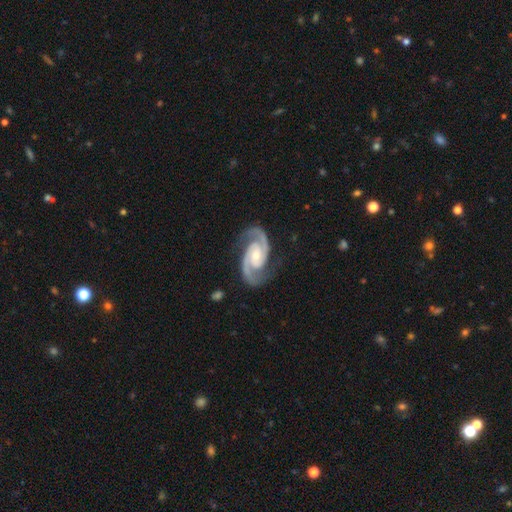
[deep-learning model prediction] The model was most divided on "bulge size" (2-way tie): moderate: 47%, small: 47%, large: 3%, none: 2%, dominant: 1%. More confident: spiral arms — yes (99%); edge-on disk — no (98%); spiral arm count — 2 (94%); smooth or featured — featured or disk (94%); merging — none (82%); spiral winding — medium (59%); bar — no (54%).